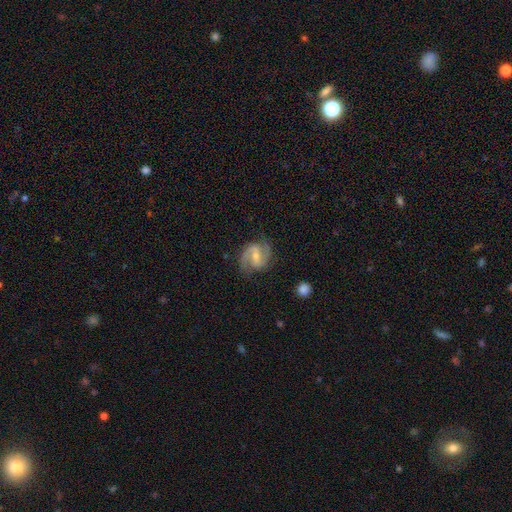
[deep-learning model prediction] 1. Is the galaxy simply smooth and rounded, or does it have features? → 87% featured or disk, 8% smooth, 5% star or artifact.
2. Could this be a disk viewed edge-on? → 98% no, 2% yes.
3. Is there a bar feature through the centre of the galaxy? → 48% weak, 36% strong, 16% no.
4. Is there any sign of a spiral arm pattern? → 97% yes, 3% no.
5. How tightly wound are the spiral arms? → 58% medium, 21% tight, 21% loose.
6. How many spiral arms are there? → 92% 2, 3% can't tell, 2% 3, 2% 1, 1% 4, 1% more than 4.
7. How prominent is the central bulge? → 51% small, 42% moderate, 5% none, 2% large, 1% dominant.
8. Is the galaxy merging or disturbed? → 79% none, 15% minor disturbance, 5% major disturbance, 1% merger.